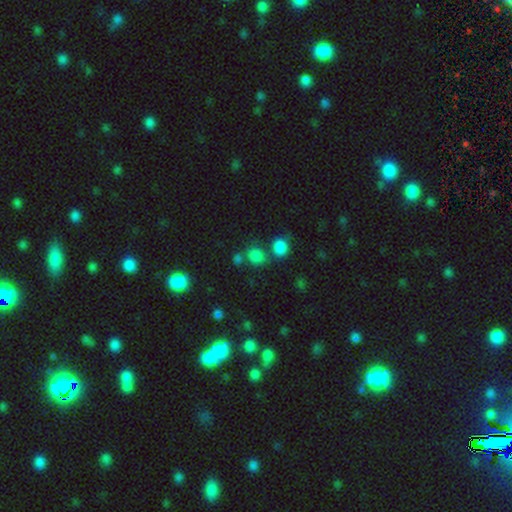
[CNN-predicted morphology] A smooth galaxy with no disk features (76%) that is round (74%).

Vote fractions:
- Smooth or featured? smooth: 76% / star or artifact: 19% / featured or disk: 5%
- How rounded? round: 74% / in between: 25% / cigar-shaped: 1%
- Merging? none: 61% / merger: 23% / minor disturbance: 11% / major disturbance: 5%